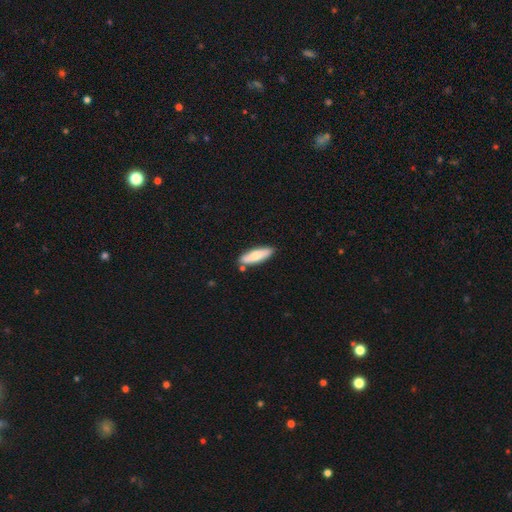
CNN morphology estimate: Smooth or featured? smooth (73%)
How rounded? cigar-shaped (54%)
Merging? none (80%)